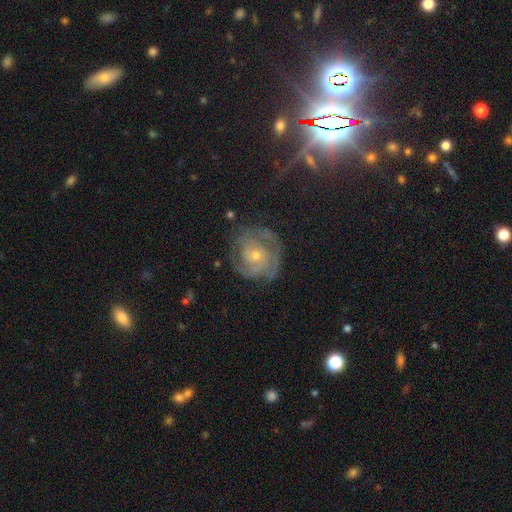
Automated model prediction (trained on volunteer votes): featured or disk 80%, star or artifact 11%, smooth 10%. Down the decision tree: edge-on disk — no (97%); bar — no (74%); spiral arms — yes (94%); spiral arm count — 3 (30%); spiral winding — tight (66%); bulge size — small (63%); merging — none (74%).